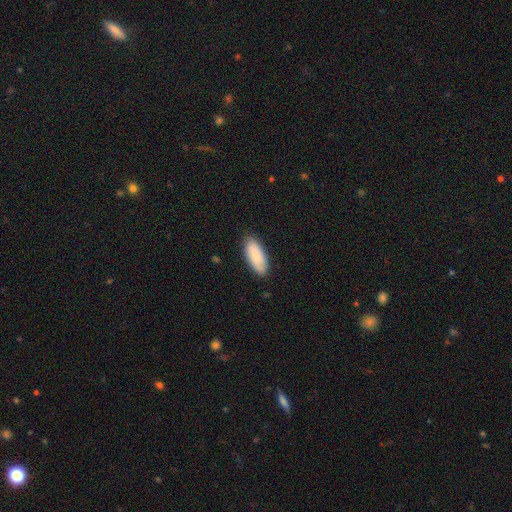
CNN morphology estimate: smooth-or-featured: smooth: 82% | featured or disk: 13% | star or artifact: 5%
  how-rounded: in between: 85% | cigar-shaped: 13% | round: 2%
  merging: none: 85% | minor disturbance: 12% | major disturbance: 2% | merger: 1%